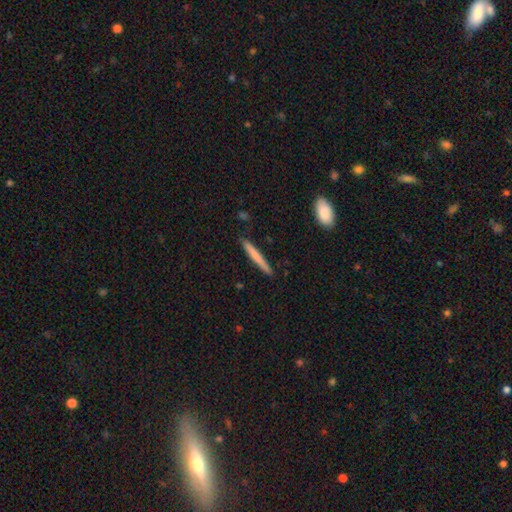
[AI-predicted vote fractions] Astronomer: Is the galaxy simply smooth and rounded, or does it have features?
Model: smooth — 69%.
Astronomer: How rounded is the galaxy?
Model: cigar-shaped — 96%.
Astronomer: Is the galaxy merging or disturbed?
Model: none — 90%.